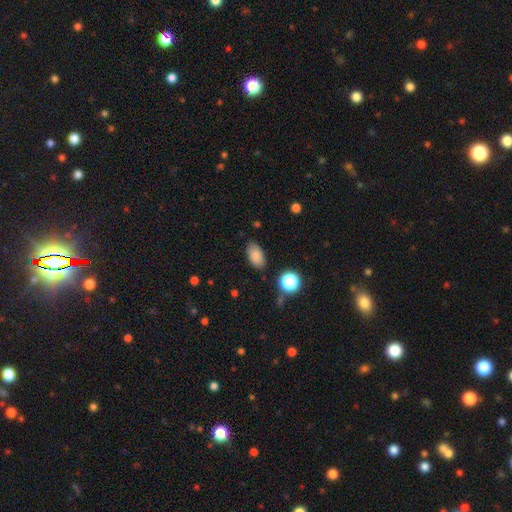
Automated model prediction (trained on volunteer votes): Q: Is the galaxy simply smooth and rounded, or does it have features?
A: smooth — 84%.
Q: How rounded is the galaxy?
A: in between — 92%.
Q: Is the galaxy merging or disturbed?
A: none — 85%.